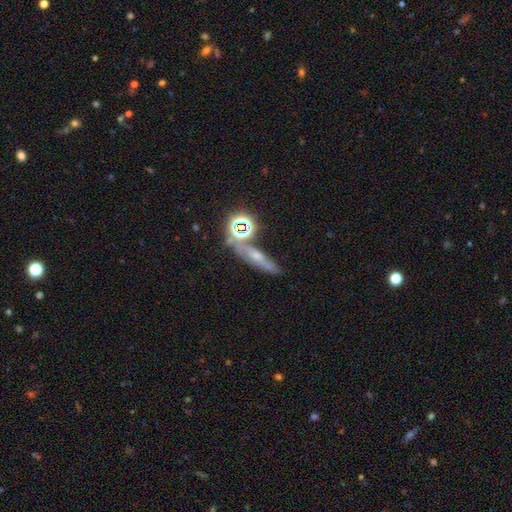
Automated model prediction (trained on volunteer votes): Smooth or featured? Predicted: featured or disk (p=0.34, tied with star or artifact). Merging? Predicted: none (p=0.62).